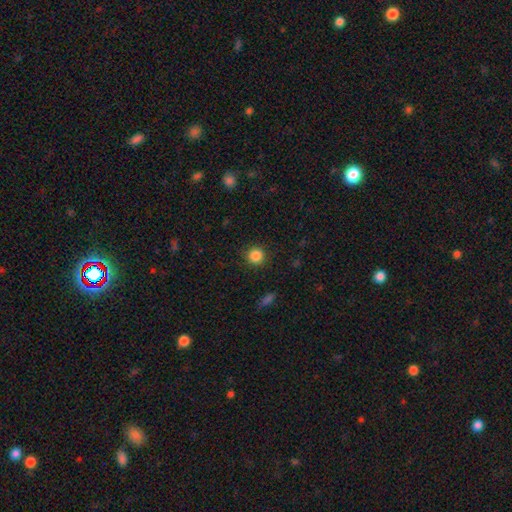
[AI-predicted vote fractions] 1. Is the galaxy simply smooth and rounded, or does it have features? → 86% smooth, 11% star or artifact, 4% featured or disk.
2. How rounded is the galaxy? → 93% round, 6% in between, 1% cigar-shaped.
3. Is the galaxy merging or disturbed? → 89% none, 7% minor disturbance, 2% major disturbance, 1% merger.